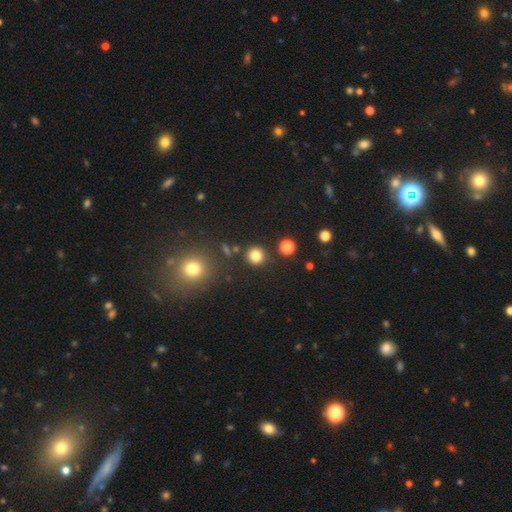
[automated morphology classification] This is clearly a smooth galaxy (81%). How rounded: clearly round (93%). Merging: clearly none (88%).